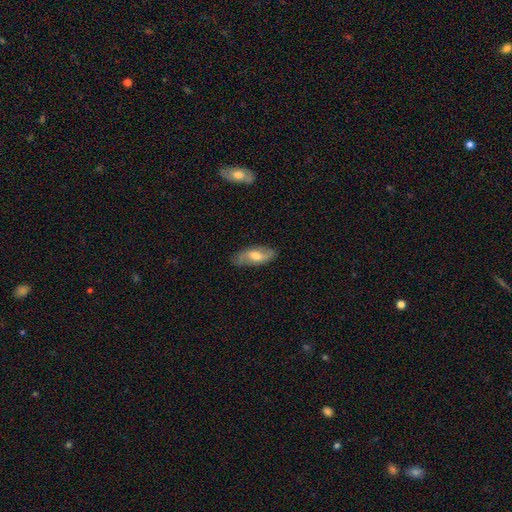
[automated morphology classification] Smooth or featured: featured or disk — 52% (smooth — 42%)
Edge-on disk: no — 84% (yes — 16%)
Merging: none — 81% (minor disturbance — 15%)